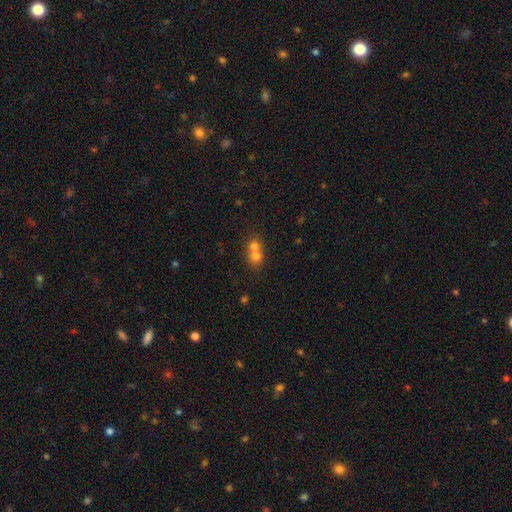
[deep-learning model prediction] Overall: smooth (70%). How rounded: round (76%). Merging: merger (69%).